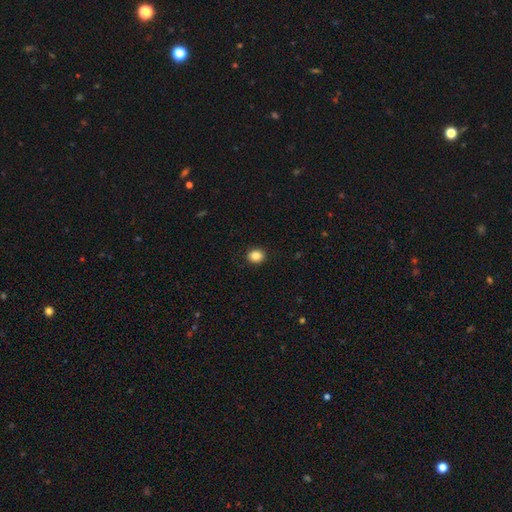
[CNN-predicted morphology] A smooth galaxy with no disk features (86%) that is round (70%). Merging: none (91%).